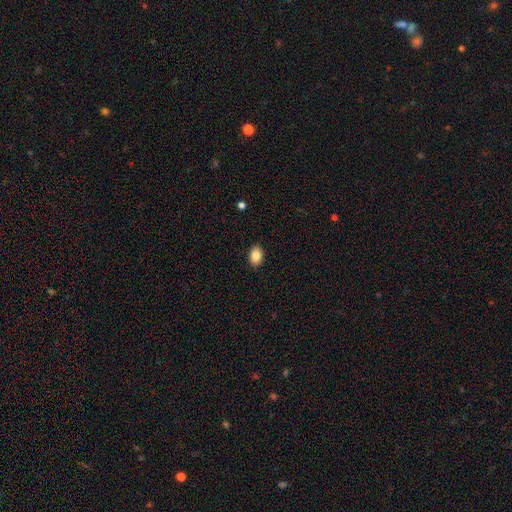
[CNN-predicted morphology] Smooth or featured?
  - smooth: 86% *
  - star or artifact: 8%
  - featured or disk: 6%
How rounded?
  - in between: 82% *
  - round: 17%
  - cigar-shaped: 1%
Merging?
  - none: 90% *
  - minor disturbance: 8%
  - major disturbance: 2%
  - merger: 1%